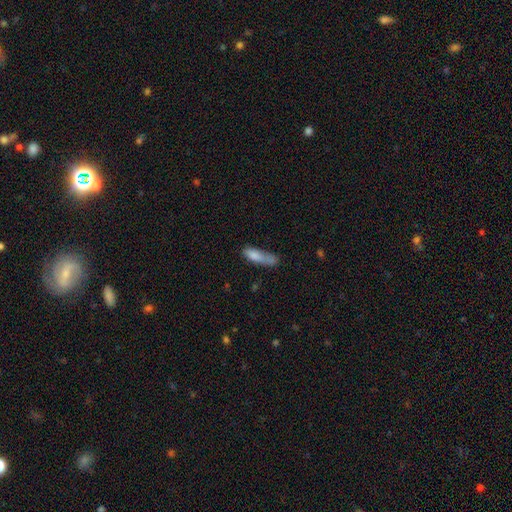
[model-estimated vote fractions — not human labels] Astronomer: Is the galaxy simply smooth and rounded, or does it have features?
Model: smooth — 78%.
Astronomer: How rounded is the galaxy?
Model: cigar-shaped — 55% (runner-up: in between, 43%).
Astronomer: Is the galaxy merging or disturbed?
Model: none — 35% (runner-up: minor disturbance, 27%).